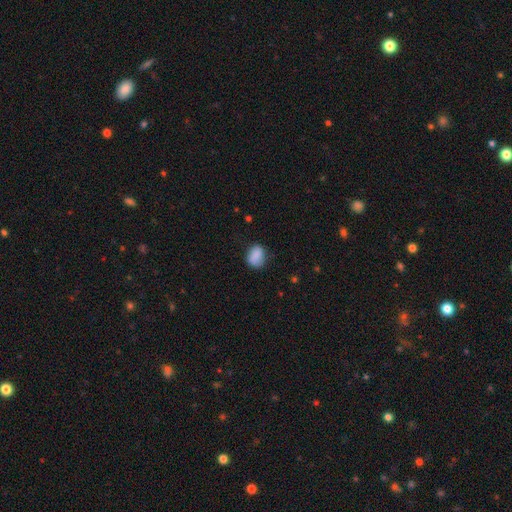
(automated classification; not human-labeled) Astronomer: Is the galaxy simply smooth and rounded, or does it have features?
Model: smooth — 84%.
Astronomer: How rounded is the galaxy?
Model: in between — 67%.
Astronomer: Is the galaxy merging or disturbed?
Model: none — 70%.